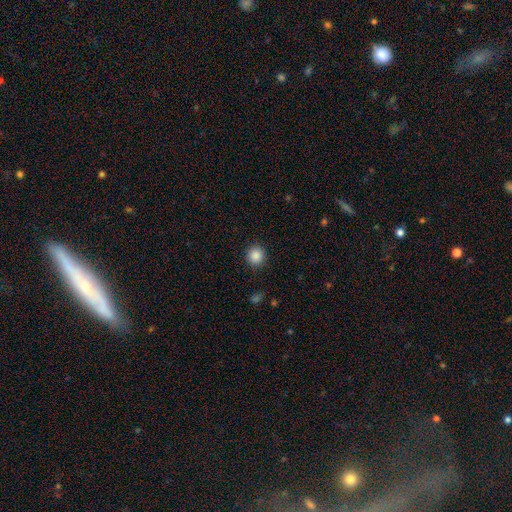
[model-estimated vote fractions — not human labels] This appears to be a smooth galaxy with no disk features (87%) that is round (90%). Merging: none (90%).